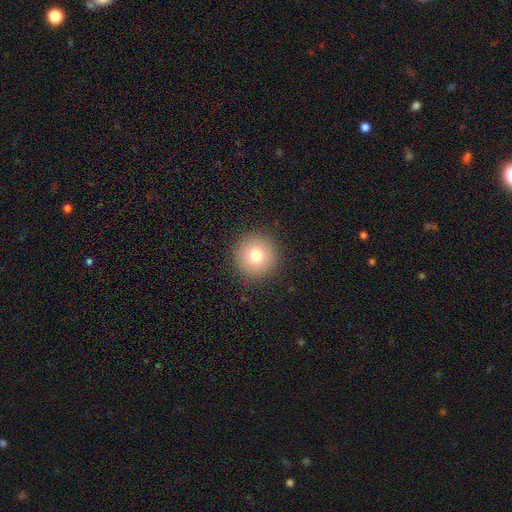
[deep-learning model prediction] This appears to be a smooth galaxy with no disk features (76%) that is round (96%). Merging: none (91%).